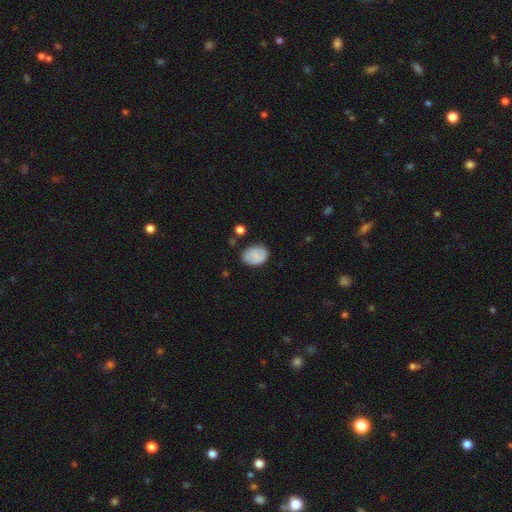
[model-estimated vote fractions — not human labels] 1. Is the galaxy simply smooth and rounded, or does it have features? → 78% smooth, 14% featured or disk, 8% star or artifact.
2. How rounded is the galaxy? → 77% in between, 22% round, 1% cigar-shaped.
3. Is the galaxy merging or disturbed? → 72% none, 20% minor disturbance, 5% major disturbance, 3% merger.